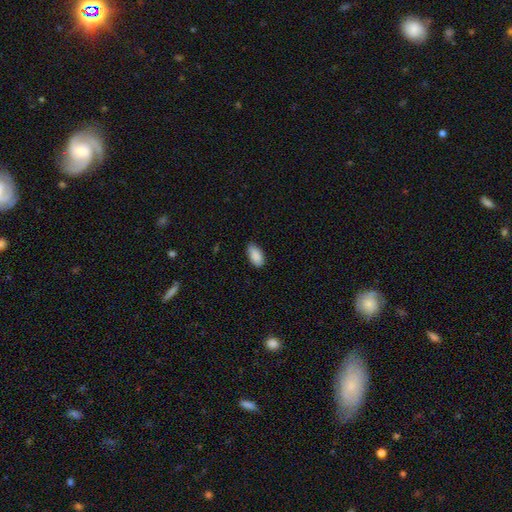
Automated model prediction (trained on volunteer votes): Overall: smooth (89%). How rounded: in between (94%). Merging: none (81%).